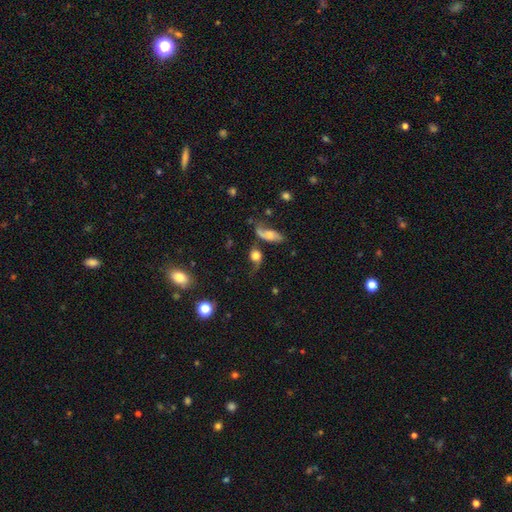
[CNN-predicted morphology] This appears to be a smooth galaxy with no disk features (55%) that is round (59%). Merging: none (37%).